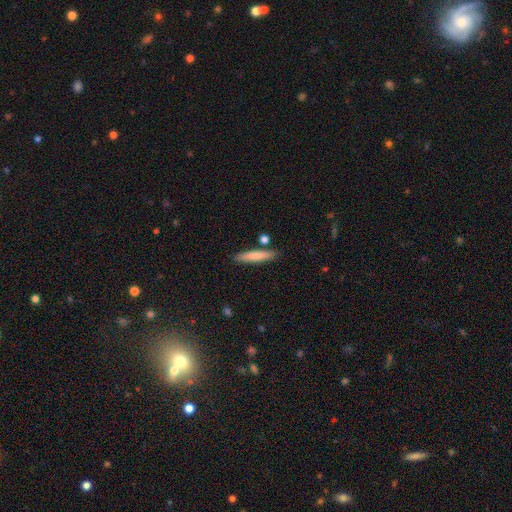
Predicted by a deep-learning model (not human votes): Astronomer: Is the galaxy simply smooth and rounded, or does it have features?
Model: smooth — 75%.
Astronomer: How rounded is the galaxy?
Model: cigar-shaped — 90%.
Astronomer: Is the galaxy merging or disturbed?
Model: none — 84%.